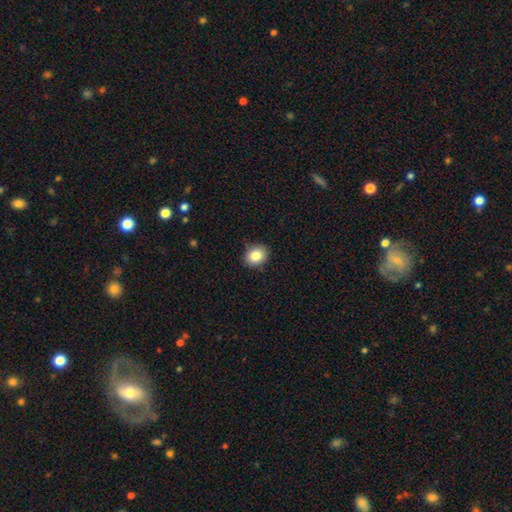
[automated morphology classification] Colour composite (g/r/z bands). It shows a smooth galaxy with no disk features (83%) that is round (63%). Merging: none (84%).